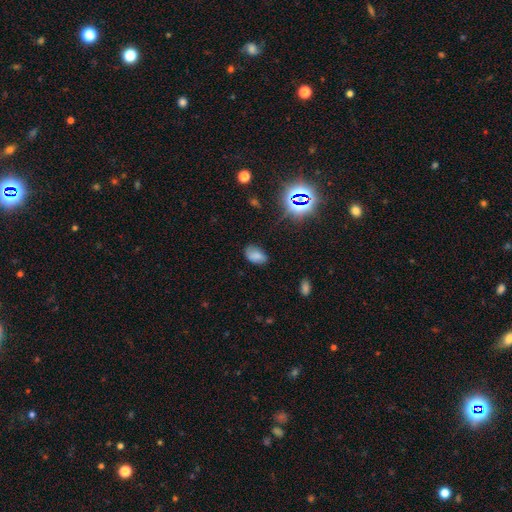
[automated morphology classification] Smooth or featured? smooth (74%)
How rounded? in between (92%)
Merging? none (73%)